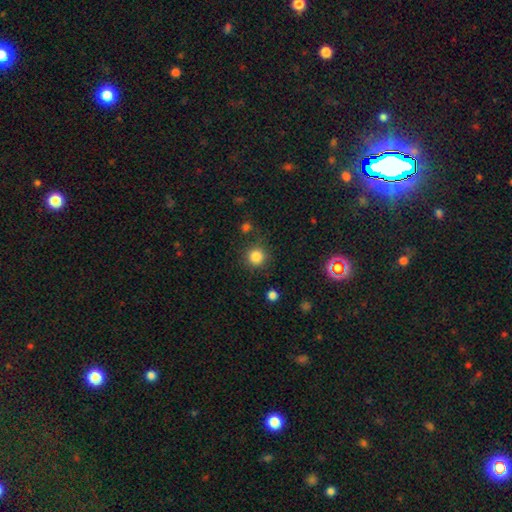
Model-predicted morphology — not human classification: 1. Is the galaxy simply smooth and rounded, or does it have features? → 83% smooth, 12% star or artifact, 4% featured or disk.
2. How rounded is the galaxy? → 94% round, 5% in between, 1% cigar-shaped.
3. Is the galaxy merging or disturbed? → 84% none, 9% minor disturbance, 4% major disturbance, 3% merger.